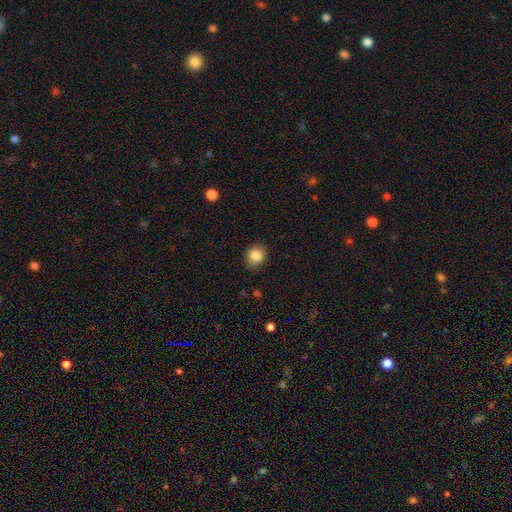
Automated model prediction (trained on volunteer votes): This appears to be a smooth galaxy with no disk features (86%) that is round (67%). Merging: none (79%).